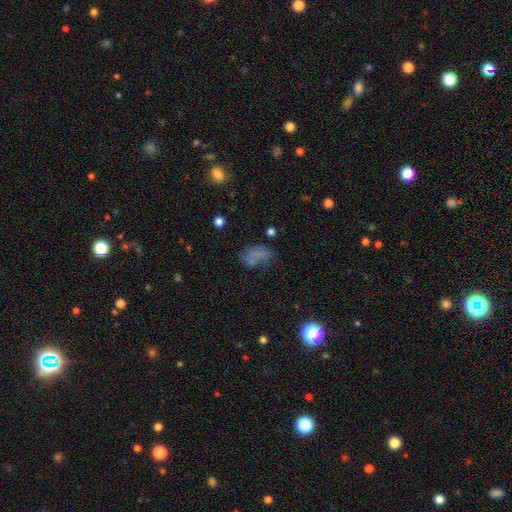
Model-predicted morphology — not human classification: This is likely a smooth galaxy (63%). How rounded: clearly in between (86%). Merging: marginally none (43%).